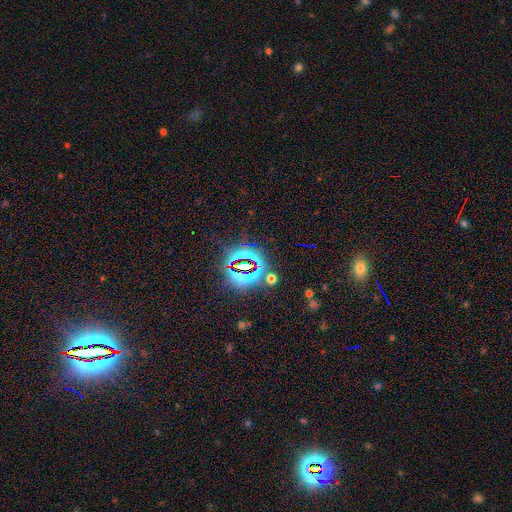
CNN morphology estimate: Smooth or featured: star or artifact — 82% (smooth — 11%)